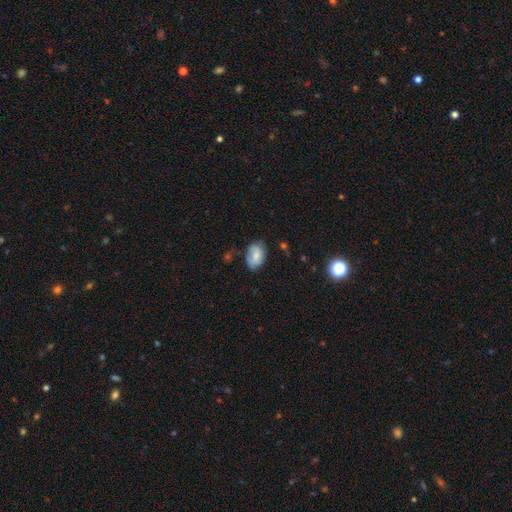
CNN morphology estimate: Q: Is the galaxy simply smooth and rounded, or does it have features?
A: smooth — 68%.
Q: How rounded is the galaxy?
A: in between — 86%.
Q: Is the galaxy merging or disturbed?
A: none — 63%.